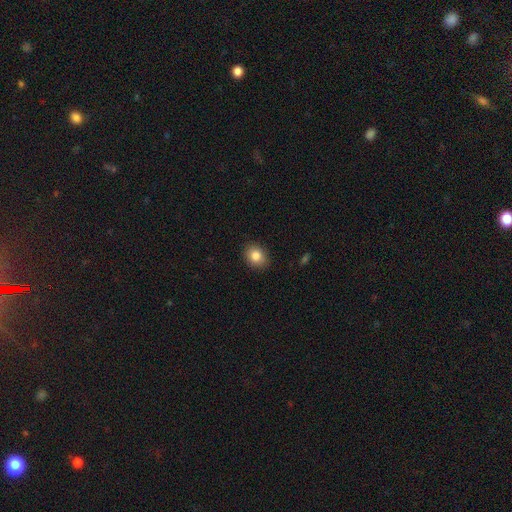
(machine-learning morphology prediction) Overall: smooth (84%). How rounded: round (50%; in between 49%). Merging: none (89%).